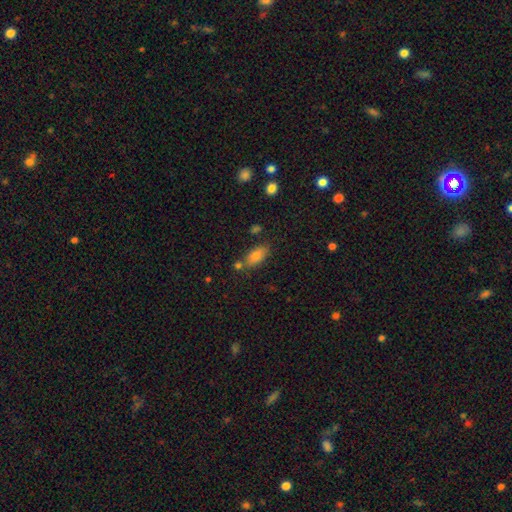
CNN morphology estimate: Smooth or featured? Predicted: smooth (p=0.79). How rounded? Predicted: in between (p=0.86). Merging? Predicted: none (p=0.69).